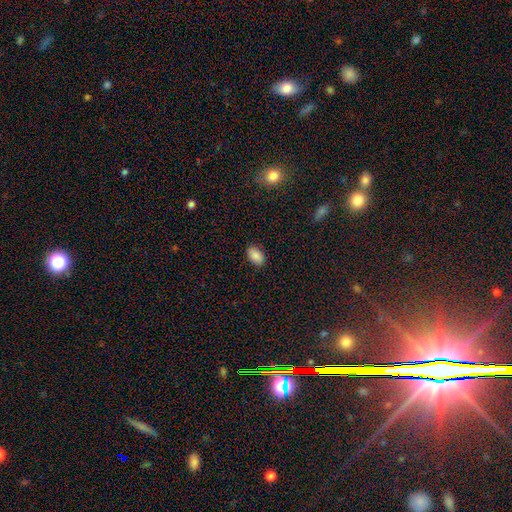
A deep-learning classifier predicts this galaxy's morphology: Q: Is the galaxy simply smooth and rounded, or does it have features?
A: smooth — 87%.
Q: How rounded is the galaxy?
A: in between — 91%.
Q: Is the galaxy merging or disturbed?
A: none — 87%.